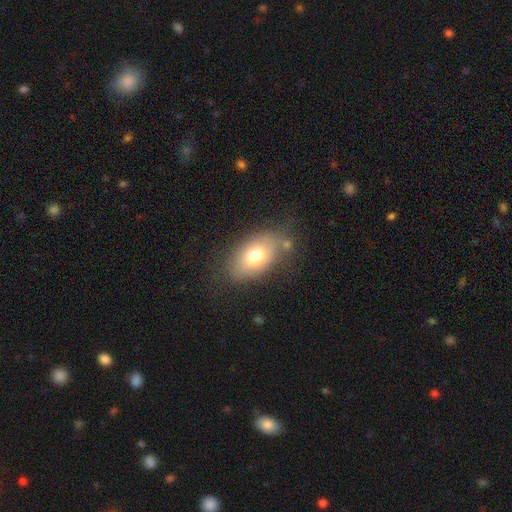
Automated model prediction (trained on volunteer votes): A smooth galaxy with no disk features (71%) that is in between round and cigar-shaped (89%).

Vote fractions:
- Smooth or featured? smooth: 71% / featured or disk: 20% / star or artifact: 9%
- How rounded? in between: 89% / round: 8% / cigar-shaped: 2%
- Merging? none: 70% / minor disturbance: 18% / major disturbance: 6% / merger: 6%